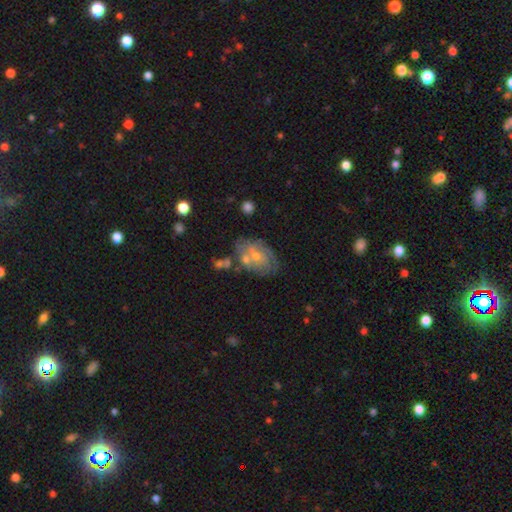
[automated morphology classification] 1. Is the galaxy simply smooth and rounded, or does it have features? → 52% featured or disk, 38% smooth, 10% star or artifact.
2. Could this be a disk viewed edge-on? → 95% no, 5% yes.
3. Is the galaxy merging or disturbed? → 53% none, 22% minor disturbance, 16% merger, 9% major disturbance.